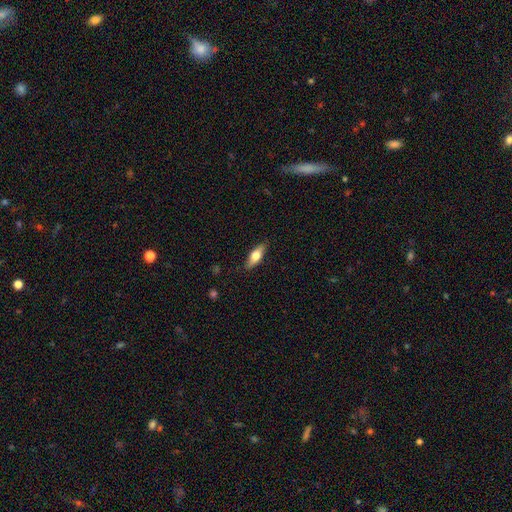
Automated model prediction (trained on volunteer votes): Smooth or featured? Predicted: smooth (p=0.59). How rounded? Predicted: in between (p=0.63). Merging? Predicted: none (p=0.86).